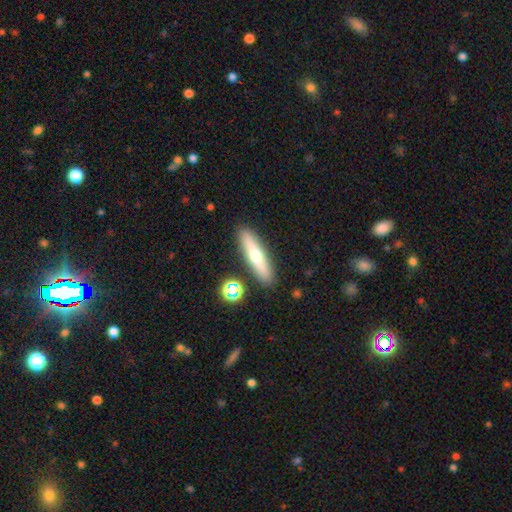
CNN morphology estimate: The model was most divided on "smooth or featured": smooth: 51%, featured or disk: 42%, star or artifact: 7%. More confident: merging — none (88%); how rounded — cigar-shaped (82%).